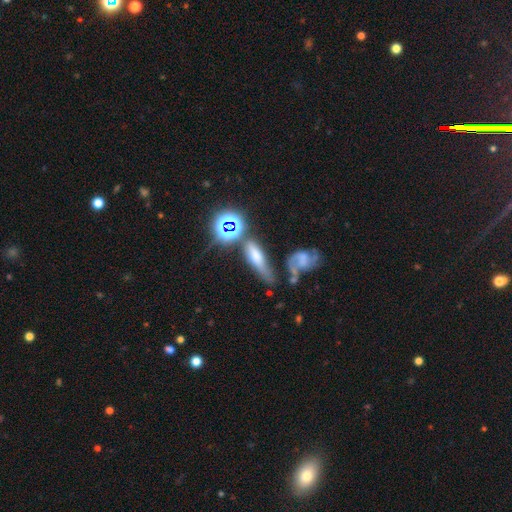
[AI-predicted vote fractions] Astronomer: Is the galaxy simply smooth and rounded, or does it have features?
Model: smooth — 56%.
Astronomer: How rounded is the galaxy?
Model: cigar-shaped — 47% (runner-up: in between, 44%).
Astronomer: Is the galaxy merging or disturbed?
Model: none — 41% (runner-up: merger, 23%).